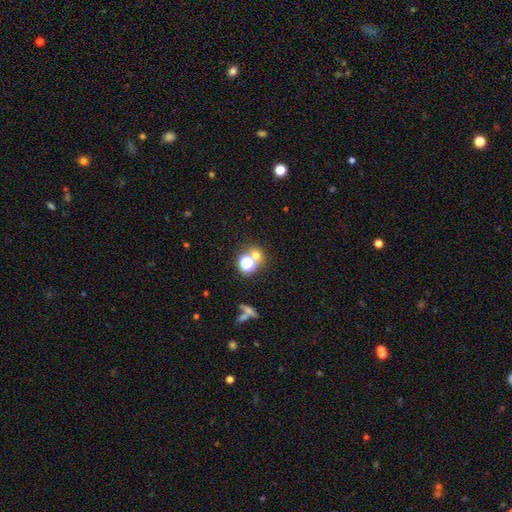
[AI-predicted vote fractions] A smooth galaxy with no disk features (55%) that is round (79%). Merging: none (59%).